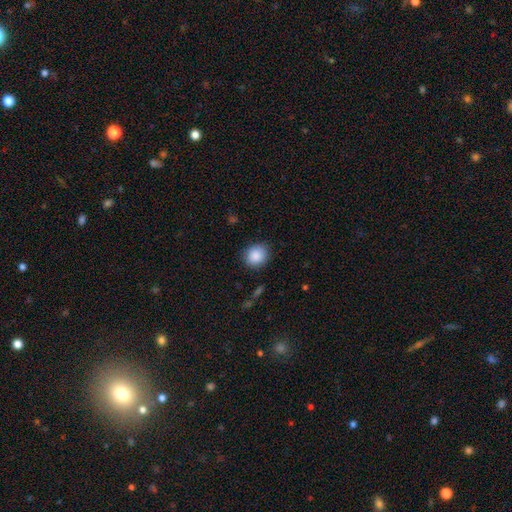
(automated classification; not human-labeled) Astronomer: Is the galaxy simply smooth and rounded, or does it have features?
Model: smooth — 89%.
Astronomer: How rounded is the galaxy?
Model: round — 74%.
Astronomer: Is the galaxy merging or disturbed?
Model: none — 85%.